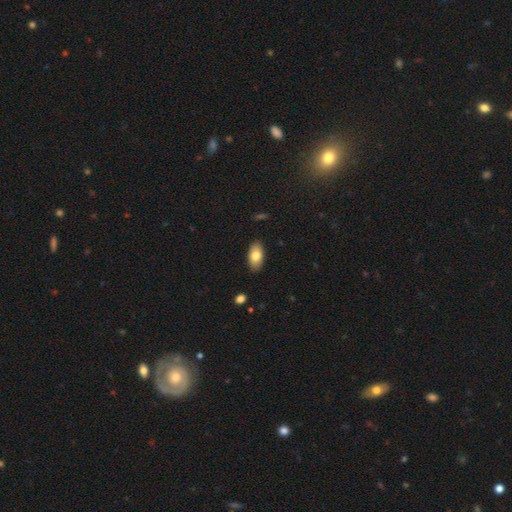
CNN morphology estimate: Smooth or featured?
  - smooth: 79% *
  - featured or disk: 14%
  - star or artifact: 7%
How rounded?
  - in between: 93% *
  - cigar-shaped: 4%
  - round: 4%
Merging?
  - none: 88% *
  - minor disturbance: 9%
  - major disturbance: 2%
  - merger: 1%